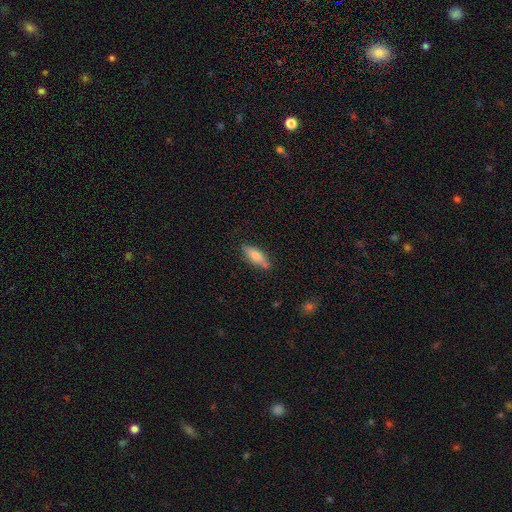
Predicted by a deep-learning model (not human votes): A smooth galaxy with no disk features (64%) that is cigar-shaped (52%). Merging: none (79%).